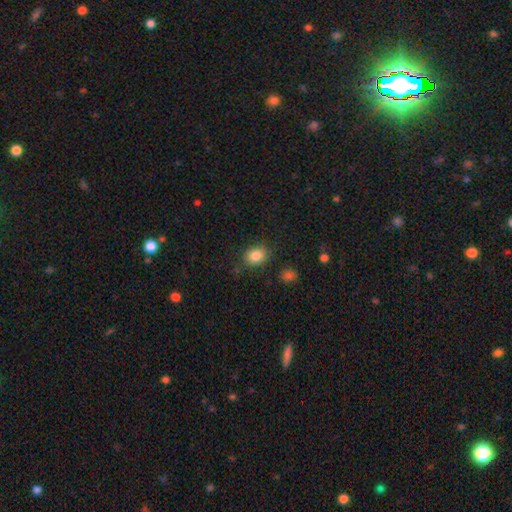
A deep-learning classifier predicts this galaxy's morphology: smooth-or-featured: smooth: 85% | star or artifact: 9% | featured or disk: 6%
  how-rounded: in between: 61% | round: 38% | cigar-shaped: 1%
  merging: none: 80% | minor disturbance: 14% | major disturbance: 4% | merger: 3%